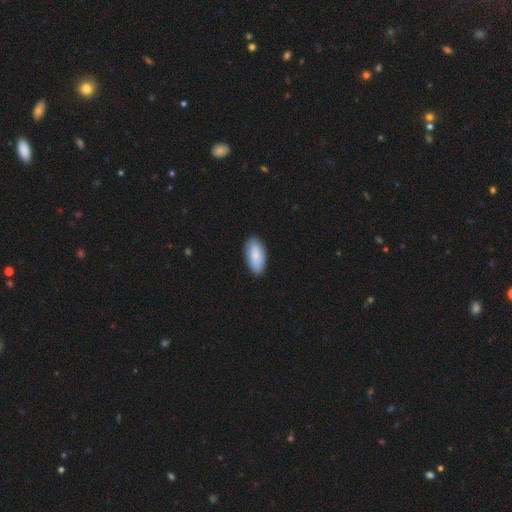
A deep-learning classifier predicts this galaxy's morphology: A smooth galaxy with no disk features (86%) that is in between round and cigar-shaped (91%).

Vote fractions:
- Smooth or featured? smooth: 86% / featured or disk: 9% / star or artifact: 5%
- How rounded? in between: 91% / cigar-shaped: 7% / round: 2%
- Merging? none: 87% / minor disturbance: 10% / major disturbance: 2% / merger: 1%